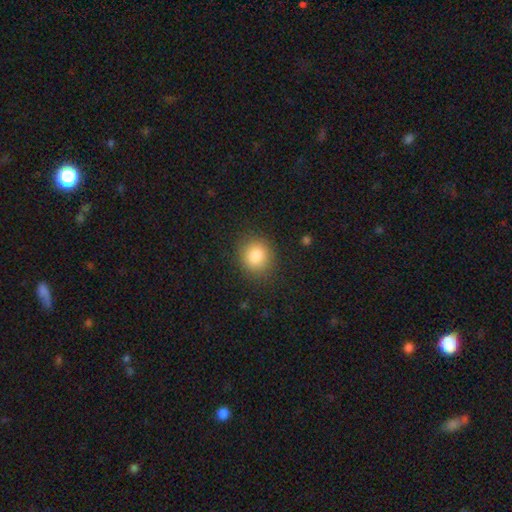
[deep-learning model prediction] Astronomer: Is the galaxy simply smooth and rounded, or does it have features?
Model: smooth — 85%.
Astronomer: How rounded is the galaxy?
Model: round — 77%.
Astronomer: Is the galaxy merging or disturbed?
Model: none — 87%.